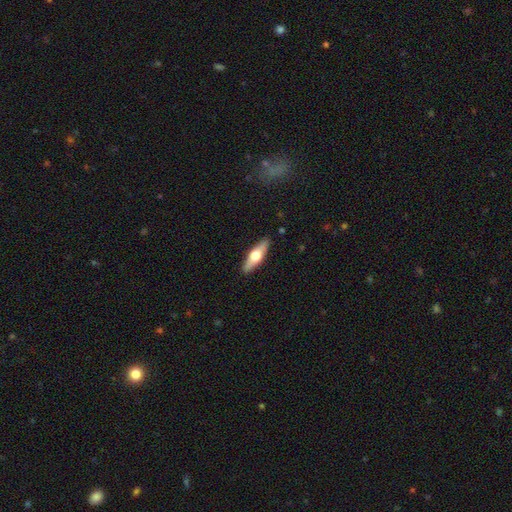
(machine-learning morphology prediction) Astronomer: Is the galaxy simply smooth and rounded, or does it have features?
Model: featured or disk — 50% (runner-up: smooth, 44%).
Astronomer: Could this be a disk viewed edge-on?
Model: yes — 91%.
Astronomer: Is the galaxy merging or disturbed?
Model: none — 89%.